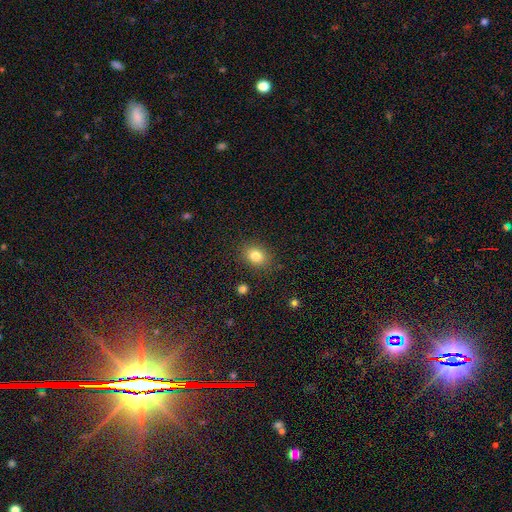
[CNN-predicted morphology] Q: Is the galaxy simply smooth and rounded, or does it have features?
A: smooth — 82%.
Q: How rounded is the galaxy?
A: in between — 56%.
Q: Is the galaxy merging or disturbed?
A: none — 86%.